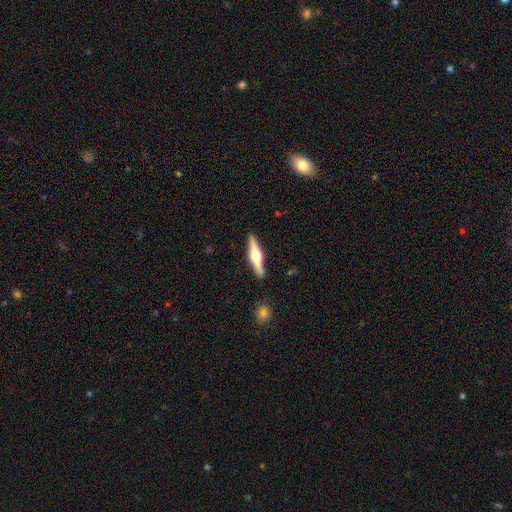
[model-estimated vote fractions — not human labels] Smooth or featured: featured or disk — 71% (smooth — 24%)
Edge-on disk: yes — 98% (no — 2%)
Edge-on bulge: rounded — 94% (boxy — 5%)
Merging: none — 90% (minor disturbance — 7%)